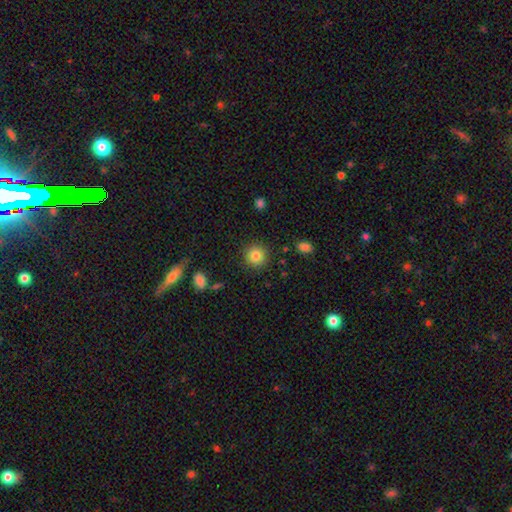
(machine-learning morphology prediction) The model was most divided on "smooth or featured": smooth: 83%, star or artifact: 10%, featured or disk: 6%. More confident: how rounded — round (93%); merging — none (90%).